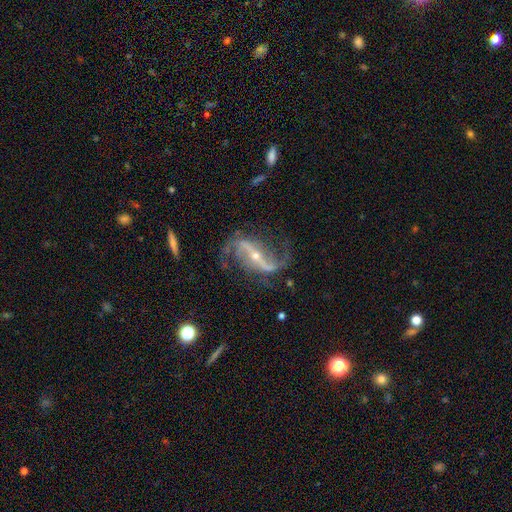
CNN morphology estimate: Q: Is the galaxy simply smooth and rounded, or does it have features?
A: featured or disk — 91%.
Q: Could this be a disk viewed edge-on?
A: no — 95%.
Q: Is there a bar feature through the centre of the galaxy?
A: strong — 62%.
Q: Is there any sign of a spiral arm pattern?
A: yes — 97%.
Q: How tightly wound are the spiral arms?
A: loose — 72%.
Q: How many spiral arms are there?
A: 2 — 93%.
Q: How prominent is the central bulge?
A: small — 69%.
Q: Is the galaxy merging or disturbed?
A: none — 72%.